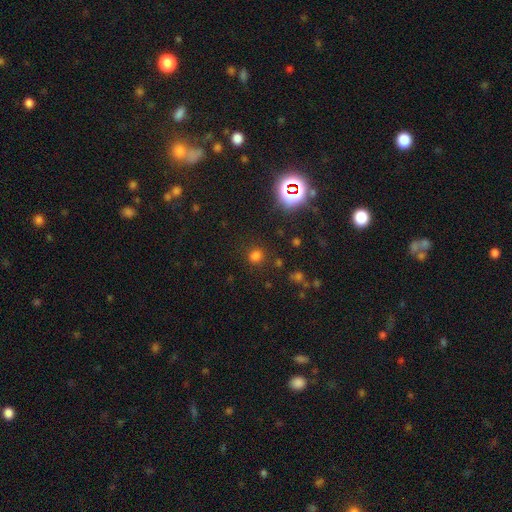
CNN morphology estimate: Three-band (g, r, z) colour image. It shows a smooth galaxy with no disk features (69%) that is round (82%). Merging: none (83%).